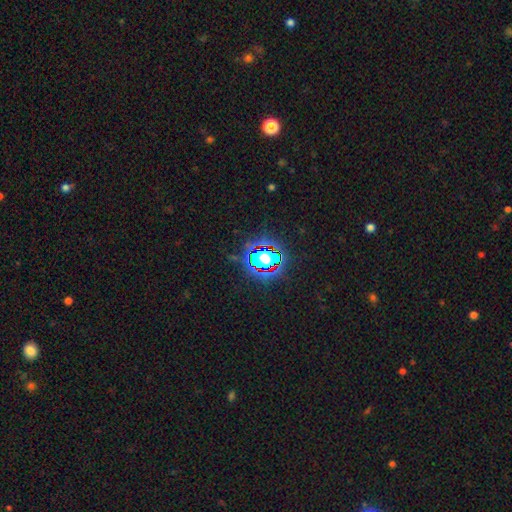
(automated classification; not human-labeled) A star or artifact, not a galaxy (82%).